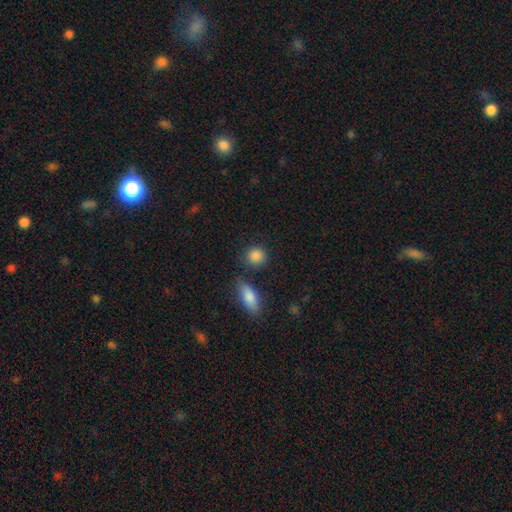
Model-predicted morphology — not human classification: Q: Smooth or featured?
A: smooth (87%); runner-up: star or artifact (8%)
Q: How rounded?
A: round (80%); runner-up: in between (18%)
Q: Merging?
A: none (77%); runner-up: minor disturbance (12%)